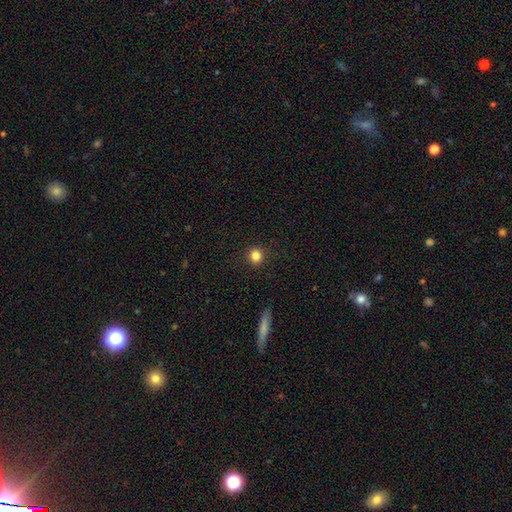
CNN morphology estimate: Smooth or featured? smooth (84%)
How rounded? round (90%)
Merging? none (91%)